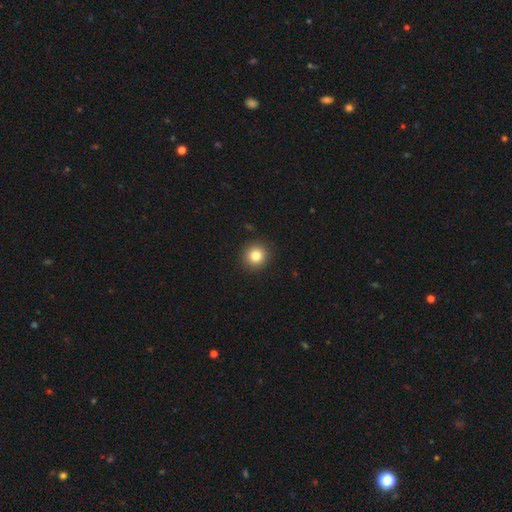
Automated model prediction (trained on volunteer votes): Morphology: type=smooth (81%); roundness=round (93%); merging=none (92%).